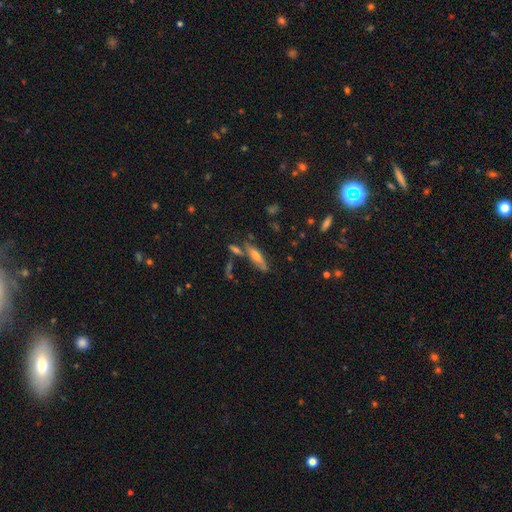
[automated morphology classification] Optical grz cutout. It shows a smooth galaxy with no disk features (53%) that is cigar-shaped (57%). Merging: none (57%).